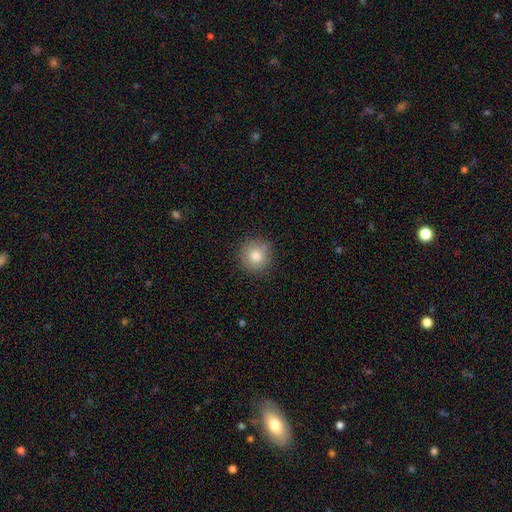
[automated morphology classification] Q: Smooth or featured?
A: smooth (82%); runner-up: star or artifact (10%)
Q: How rounded?
A: round (91%); runner-up: in between (8%)
Q: Merging?
A: none (87%); runner-up: minor disturbance (9%)